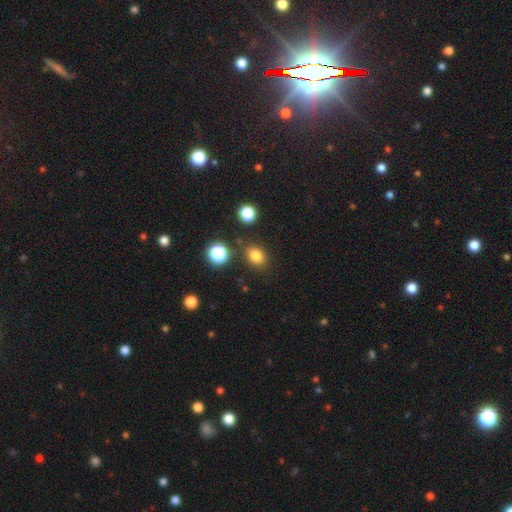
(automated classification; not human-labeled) smooth_or_featured: smooth (p=0.80) [alt: star or artifact p=0.15]
how_rounded: in between (p=0.54) [alt: round p=0.45]
merging: none (p=0.81) [alt: minor disturbance p=0.10]